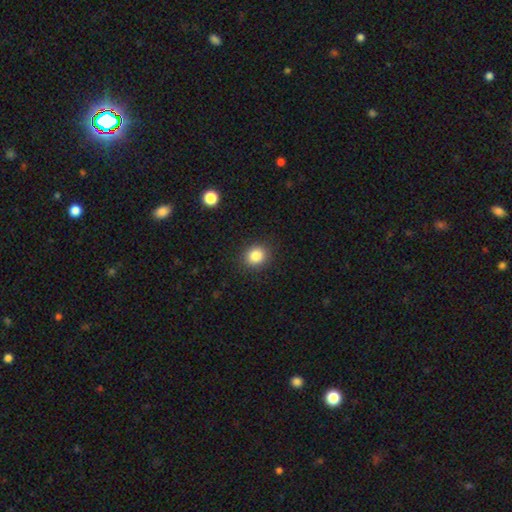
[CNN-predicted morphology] Overall: smooth (84%). How rounded: round (71%). Merging: none (89%).